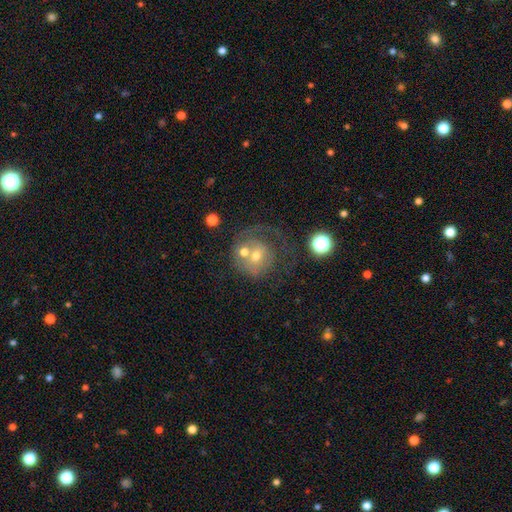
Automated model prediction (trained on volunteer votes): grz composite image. It shows a featured or disk galaxy (60%) with no bar (77%), spiral arms (62%) and a moderate central bulge (51%). Merging: none (37%).